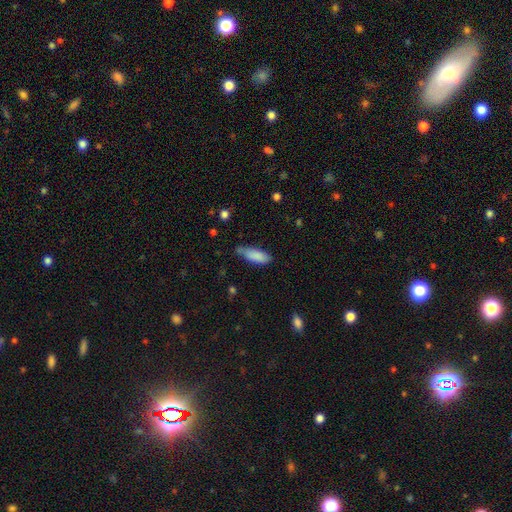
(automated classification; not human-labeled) Overall: smooth (86%). How rounded: in between (68%; cigar-shaped 30%). Merging: none (59%; minor disturbance 32%).